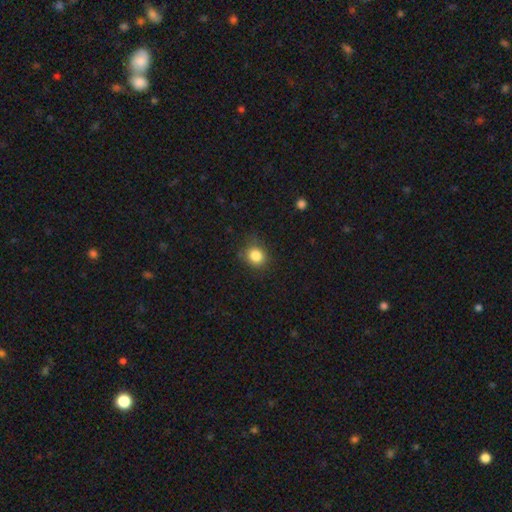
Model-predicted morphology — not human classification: A smooth galaxy with no disk features (84%) that is round (75%). Merging: none (79%).